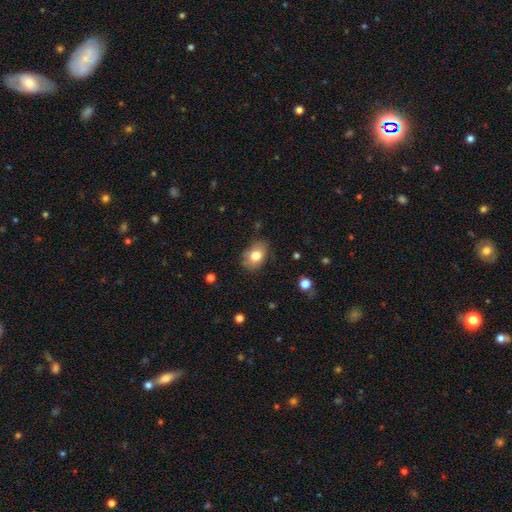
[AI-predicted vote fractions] smooth-or-featured: smooth: 79% | featured or disk: 12% | star or artifact: 8%
  how-rounded: in between: 74% | round: 25% | cigar-shaped: 1%
  merging: none: 74% | minor disturbance: 20% | major disturbance: 4% | merger: 2%